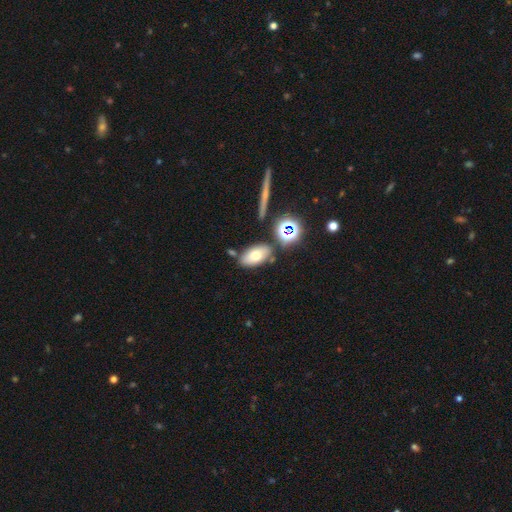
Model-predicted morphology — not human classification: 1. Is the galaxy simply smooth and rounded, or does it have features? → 68% smooth, 19% featured or disk, 13% star or artifact.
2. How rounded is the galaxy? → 90% in between, 6% round, 4% cigar-shaped.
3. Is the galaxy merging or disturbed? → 74% none, 13% minor disturbance, 9% merger, 4% major disturbance.